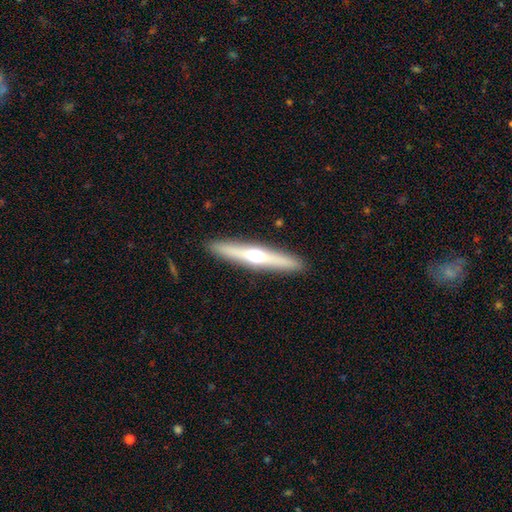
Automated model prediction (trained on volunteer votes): smooth_or_featured: featured or disk (p=0.58) [alt: smooth p=0.37]
disk_edge_on: yes (p=0.95) [alt: no p=0.05]
edge_on_bulge: rounded (p=0.90) [alt: none p=0.07]
merging: none (p=0.91) [alt: minor disturbance p=0.06]